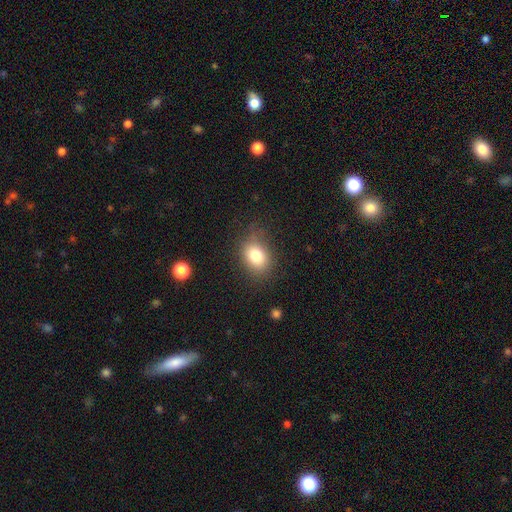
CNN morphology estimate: A smooth galaxy with no disk features (79%) that is in between round and cigar-shaped (61%).

Vote fractions:
- Smooth or featured? smooth: 79% / star or artifact: 11% / featured or disk: 10%
- How rounded? in between: 61% / round: 38% / cigar-shaped: 1%
- Merging? none: 75% / minor disturbance: 18% / major disturbance: 6% / merger: 2%